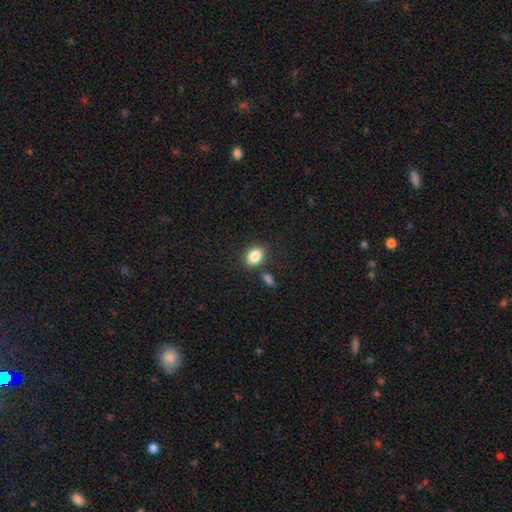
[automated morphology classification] Smooth or featured? Predicted: smooth (p=0.81). How rounded? Predicted: in between (p=0.63). Merging? Predicted: none (p=0.80).